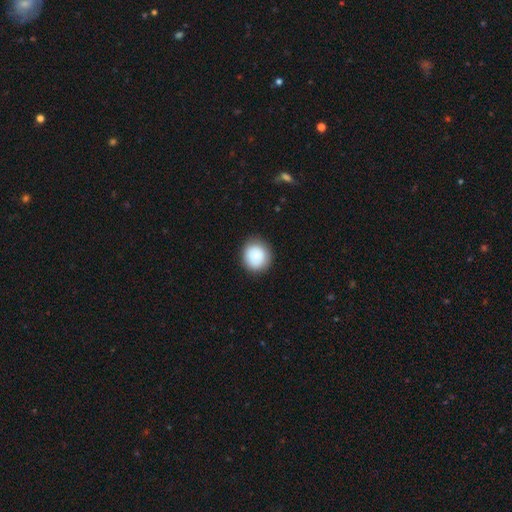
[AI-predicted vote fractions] Smooth or featured? Predicted: smooth (p=0.87). How rounded? Predicted: round (p=0.86). Merging? Predicted: none (p=0.86).